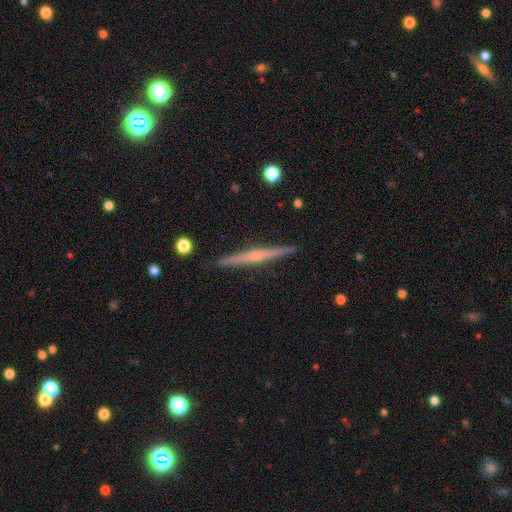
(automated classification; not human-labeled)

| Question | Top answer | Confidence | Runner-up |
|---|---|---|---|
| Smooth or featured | featured or disk | 73% | smooth (21%) |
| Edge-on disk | yes | 98% | no (2%) |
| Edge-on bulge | rounded | 60% | none (29%) |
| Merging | none | 92% | minor disturbance (5%) |